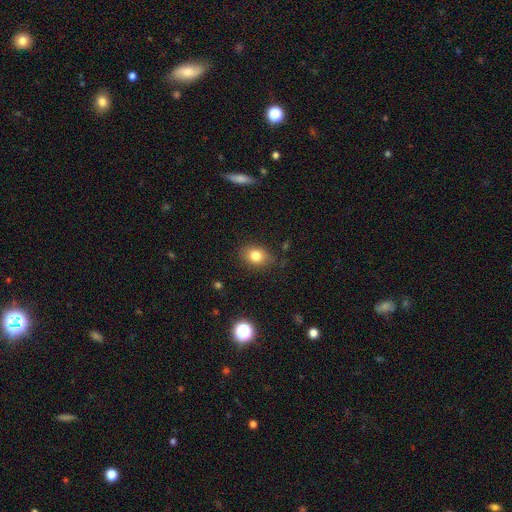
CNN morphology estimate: Smooth or featured? Predicted: smooth (p=0.80). How rounded? Predicted: in between (p=0.65). Merging? Predicted: none (p=0.81).